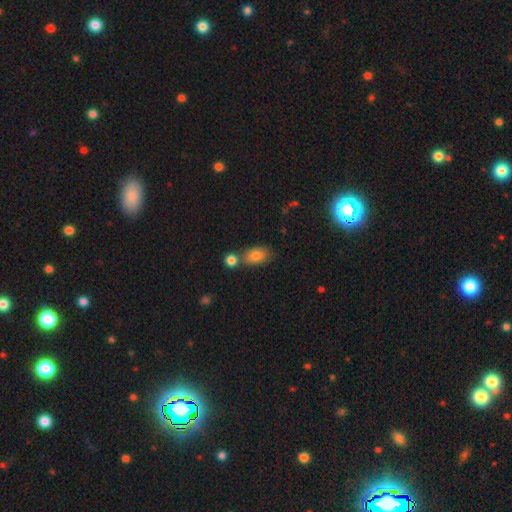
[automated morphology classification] The model was most divided on "merging": none: 55%, merger: 26%, minor disturbance: 14%, major disturbance: 4%. More confident: how rounded — in between (88%); smooth or featured — smooth (83%).